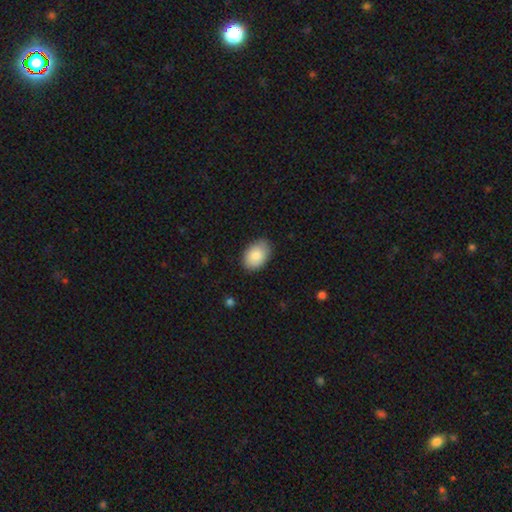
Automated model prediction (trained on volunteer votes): A smooth galaxy with no disk features (87%) that is in between round and cigar-shaped (87%).

Vote fractions:
- Smooth or featured? smooth: 87% / featured or disk: 7% / star or artifact: 6%
- How rounded? in between: 87% / round: 12% / cigar-shaped: 1%
- Merging? none: 83% / minor disturbance: 14% / major disturbance: 2% / merger: 1%